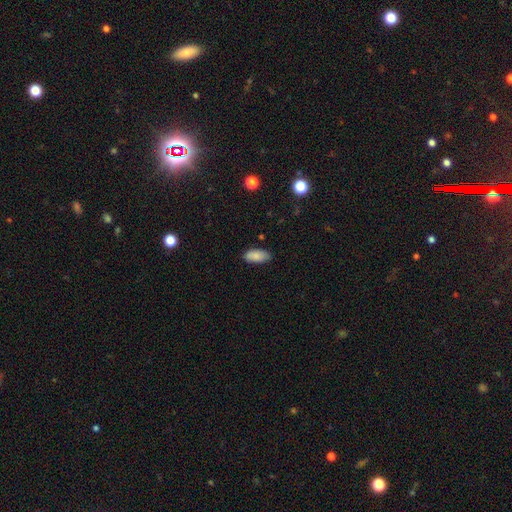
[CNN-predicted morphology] Overall: smooth (86%). How rounded: in between (89%). Merging: none (82%).